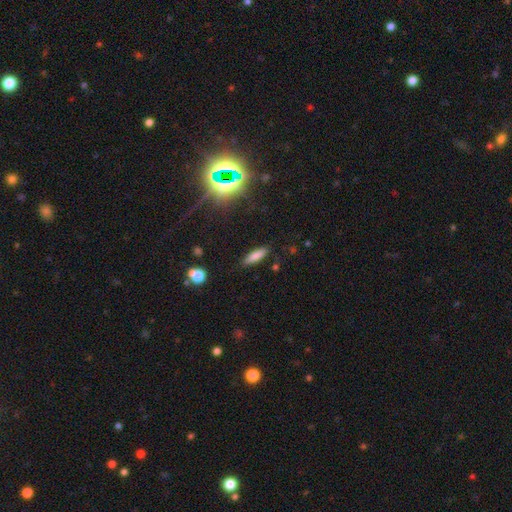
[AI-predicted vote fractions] smooth_or_featured: smooth (p=0.77) [alt: featured or disk p=0.13]
how_rounded: cigar-shaped (p=0.53) [alt: in between p=0.44]
merging: none (p=0.84) [alt: minor disturbance p=0.11]